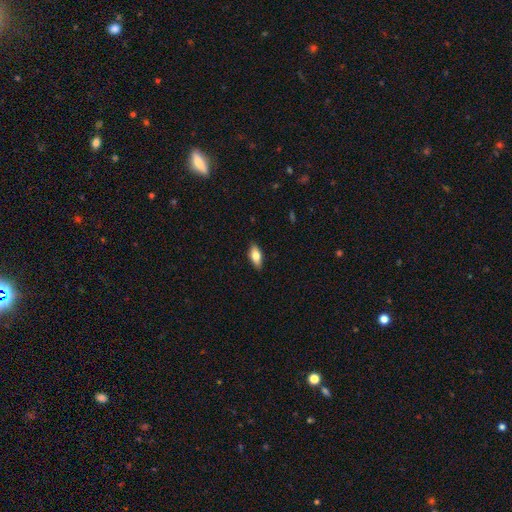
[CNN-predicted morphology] smooth_or_featured: smooth (p=0.77) [alt: featured or disk p=0.17]
how_rounded: in between (p=0.83) [alt: cigar-shaped p=0.14]
merging: none (p=0.86) [alt: minor disturbance p=0.11]